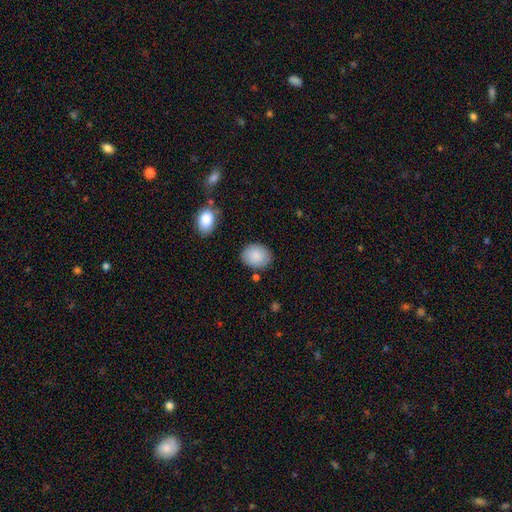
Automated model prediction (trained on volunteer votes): This appears to be a smooth galaxy with no disk features (88%) that is in between round and cigar-shaped (53%). Merging: none (82%).